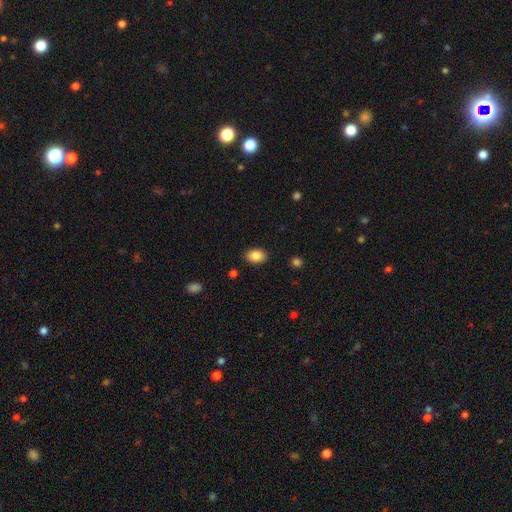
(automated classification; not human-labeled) Smooth or featured? smooth (86%)
How rounded? in between (84%)
Merging? none (88%)